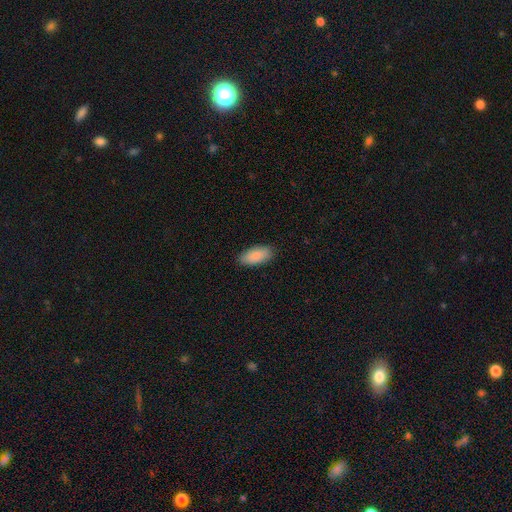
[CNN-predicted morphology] smooth 90%, star or artifact 6%, featured or disk 4%. Down the decision tree: how rounded — in between (89%); merging — none (88%).